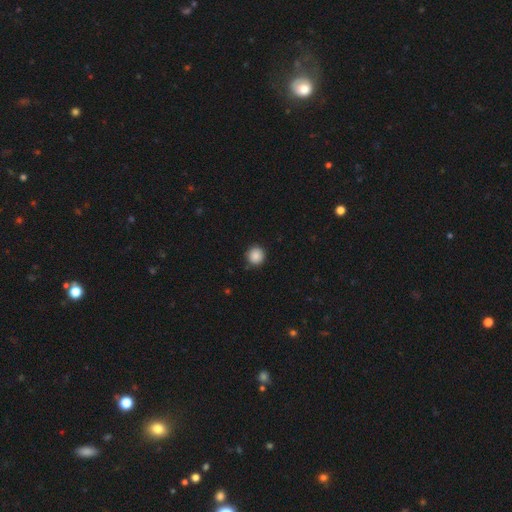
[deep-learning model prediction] smooth_or_featured: smooth (p=0.88) [alt: star or artifact p=0.09]
how_rounded: round (p=0.93) [alt: in between p=0.06]
merging: none (p=0.87) [alt: minor disturbance p=0.10]